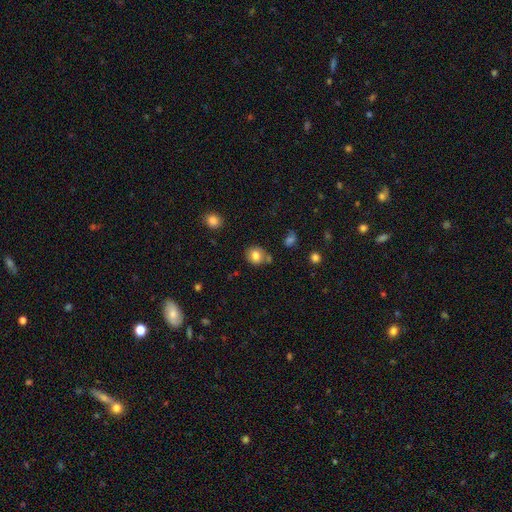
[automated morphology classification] Smooth or featured?
  - smooth: 80% *
  - star or artifact: 11%
  - featured or disk: 9%
How rounded?
  - round: 76% *
  - in between: 23%
  - cigar-shaped: 1%
Merging?
  - none: 72% *
  - minor disturbance: 14%
  - merger: 10%
  - major disturbance: 3%